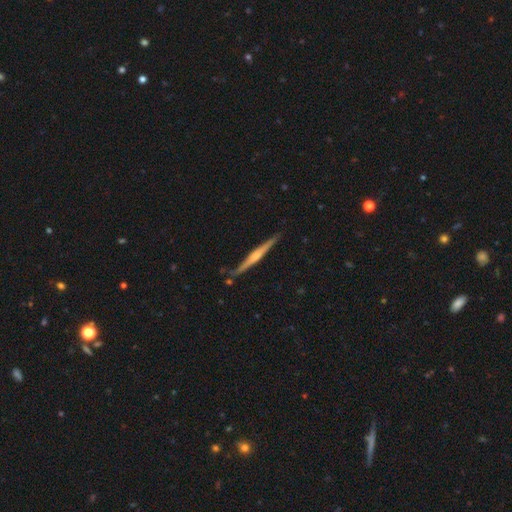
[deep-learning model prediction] A featured or disk galaxy (69%) viewed edge-on (98%) with a rounded central bulge (61%). Merging: none (83%).